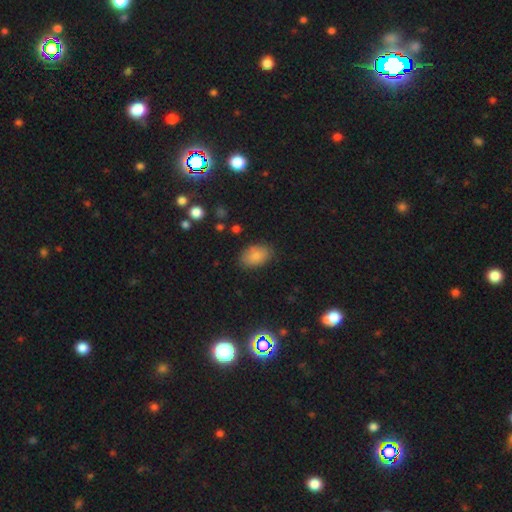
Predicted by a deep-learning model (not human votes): Smooth or featured? smooth (83%)
How rounded? in between (89%)
Merging? none (81%)